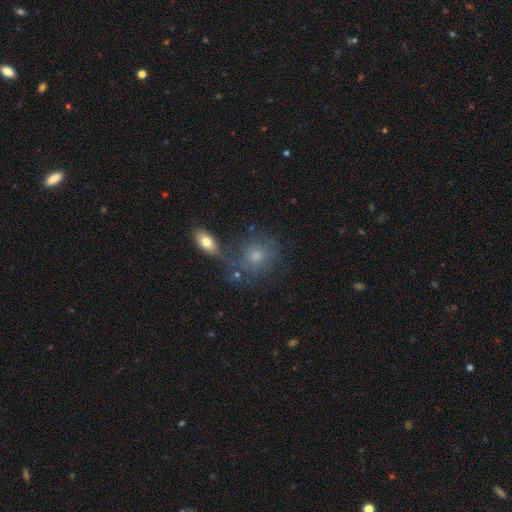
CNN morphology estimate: Overall: smooth (57%; featured or disk 28%). How rounded: round (69%). Merging: none (58%).